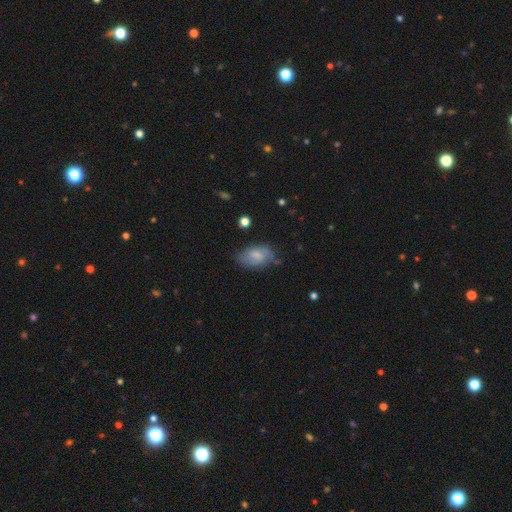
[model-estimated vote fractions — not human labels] Smooth or featured? featured or disk (46%, tied with smooth)
Merging? none (58%)